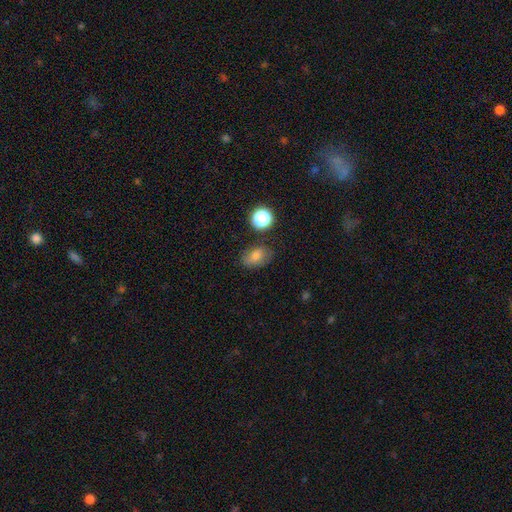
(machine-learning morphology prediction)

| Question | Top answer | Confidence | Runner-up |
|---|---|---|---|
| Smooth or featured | smooth | 76% | star or artifact (13%) |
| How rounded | in between | 80% | round (18%) |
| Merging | none | 73% | minor disturbance (19%) |